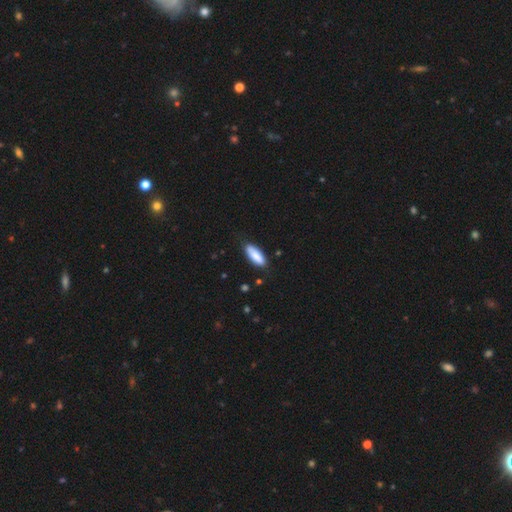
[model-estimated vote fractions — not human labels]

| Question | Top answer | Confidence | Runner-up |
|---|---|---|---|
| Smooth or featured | smooth | 86% | featured or disk (8%) |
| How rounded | in between | 67% | cigar-shaped (31%) |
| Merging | none | 81% | minor disturbance (15%) |